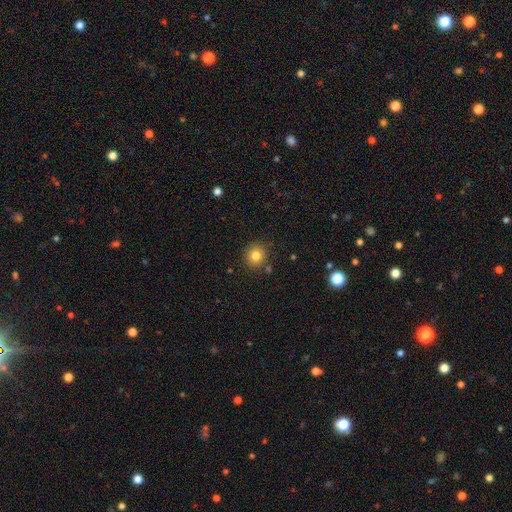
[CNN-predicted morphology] Q: Smooth or featured?
A: smooth (82%); runner-up: star or artifact (11%)
Q: How rounded?
A: round (88%); runner-up: in between (11%)
Q: Merging?
A: none (84%); runner-up: minor disturbance (9%)